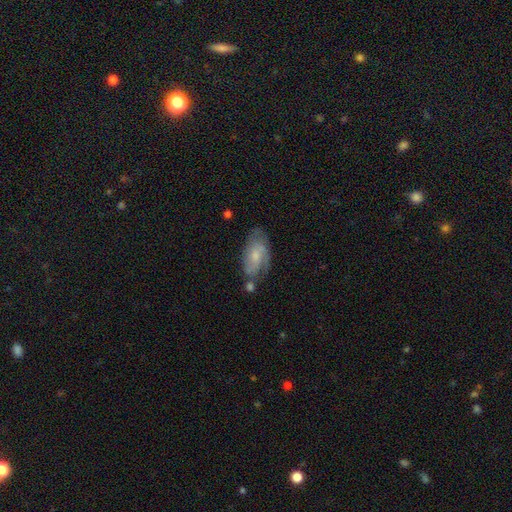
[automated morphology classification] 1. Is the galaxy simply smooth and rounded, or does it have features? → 56% featured or disk, 38% smooth, 7% star or artifact.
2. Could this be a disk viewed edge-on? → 93% no, 7% yes.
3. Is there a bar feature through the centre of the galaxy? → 67% no, 29% weak, 4% strong.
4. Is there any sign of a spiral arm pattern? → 79% yes, 21% no.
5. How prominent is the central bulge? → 47% small, 42% moderate, 7% none, 4% large, 1% dominant.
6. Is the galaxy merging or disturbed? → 54% none, 26% minor disturbance, 11% major disturbance, 9% merger.